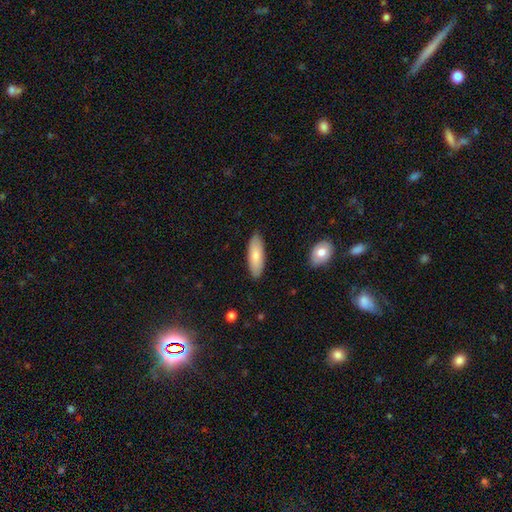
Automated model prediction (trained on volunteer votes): smooth-or-featured: smooth: 79% | featured or disk: 16% | star or artifact: 5%
  how-rounded: in between: 65% | cigar-shaped: 33% | round: 2%
  merging: none: 87% | minor disturbance: 10% | major disturbance: 2% | merger: 1%